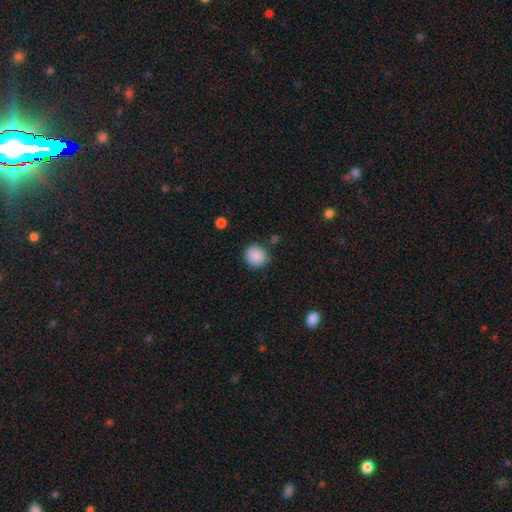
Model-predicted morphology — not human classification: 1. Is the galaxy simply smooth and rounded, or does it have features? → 89% smooth, 8% star or artifact, 3% featured or disk.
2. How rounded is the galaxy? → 88% round, 11% in between, 1% cigar-shaped.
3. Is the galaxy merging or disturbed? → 85% none, 9% minor disturbance, 3% major disturbance, 2% merger.